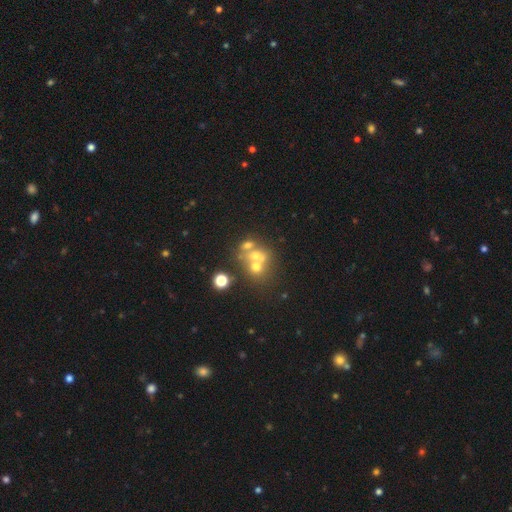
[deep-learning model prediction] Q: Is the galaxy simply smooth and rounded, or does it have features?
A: smooth — 49%.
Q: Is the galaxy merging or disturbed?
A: merger — 55%.